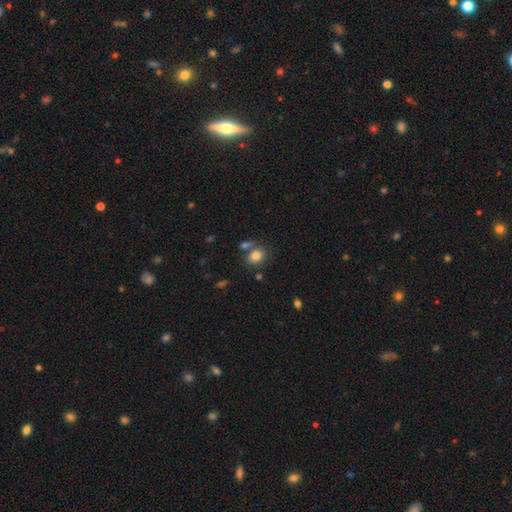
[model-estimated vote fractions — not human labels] A smooth galaxy with no disk features (81%) that is in between round and cigar-shaped (50%).

Vote fractions:
- Smooth or featured? smooth: 81% / star or artifact: 10% / featured or disk: 9%
- How rounded? in between: 50% / round: 49% / cigar-shaped: 1%
- Merging? none: 62% / merger: 21% / minor disturbance: 13% / major disturbance: 5%